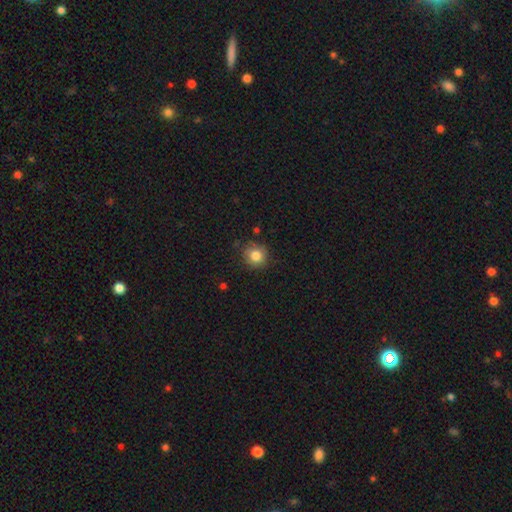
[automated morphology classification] A smooth galaxy with no disk features (82%) that is round (89%). Merging: none (81%).